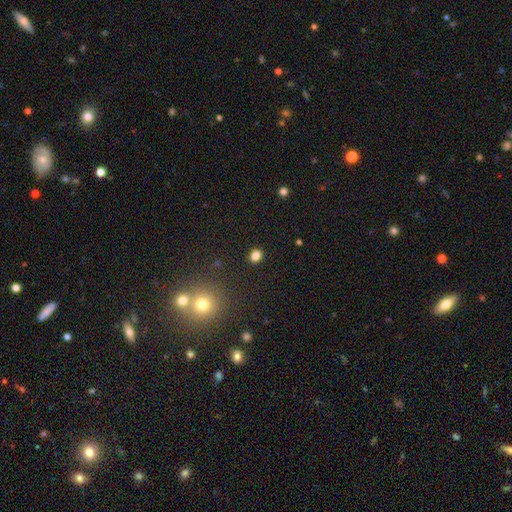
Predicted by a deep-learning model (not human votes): Smooth or featured? smooth (81%)
How rounded? round (61%)
Merging? none (88%)